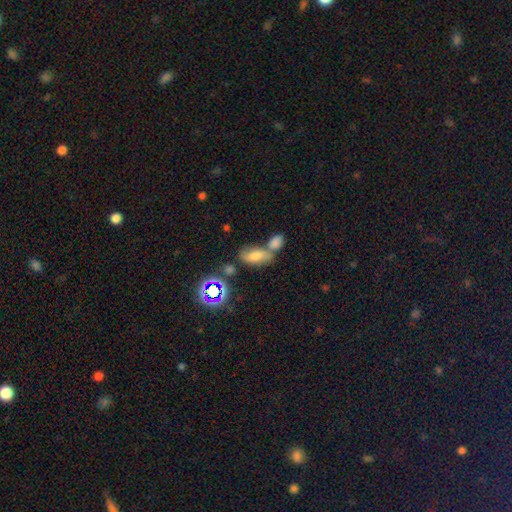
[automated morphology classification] This is possibly a smooth galaxy (58%). How rounded: clearly in between (84%). Merging: possibly merger (46%).